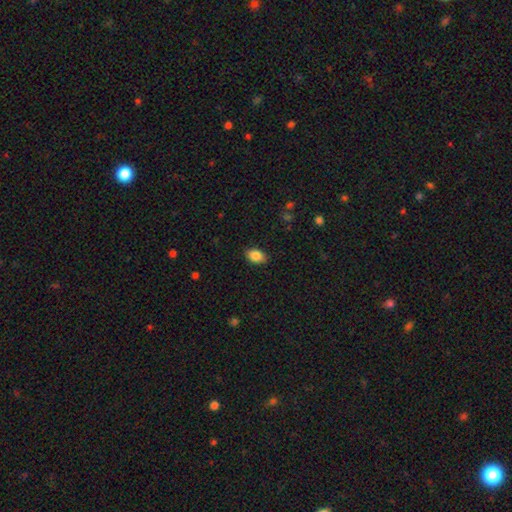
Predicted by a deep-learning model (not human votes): Smooth or featured?
  - smooth: 87% *
  - star or artifact: 8%
  - featured or disk: 5%
How rounded?
  - in between: 87% *
  - round: 12%
  - cigar-shaped: 1%
Merging?
  - none: 88% *
  - minor disturbance: 9%
  - major disturbance: 2%
  - merger: 1%